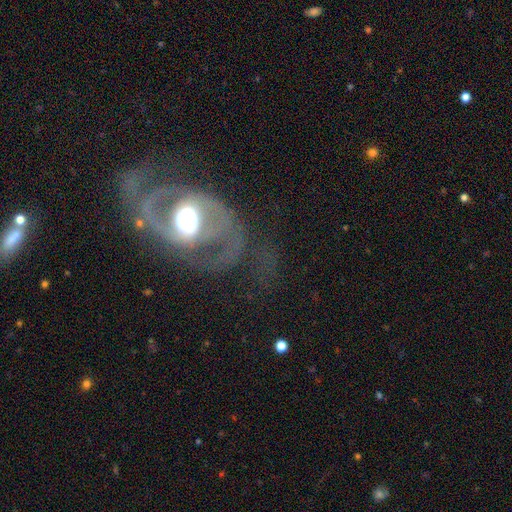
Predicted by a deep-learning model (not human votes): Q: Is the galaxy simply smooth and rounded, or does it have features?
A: featured or disk — 89%.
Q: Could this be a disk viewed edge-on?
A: no — 97%.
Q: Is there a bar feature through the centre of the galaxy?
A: no — 45%.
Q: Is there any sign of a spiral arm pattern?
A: yes — 94%.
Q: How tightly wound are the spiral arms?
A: medium — 52%.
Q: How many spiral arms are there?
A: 2 — 83%.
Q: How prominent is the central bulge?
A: moderate — 59%.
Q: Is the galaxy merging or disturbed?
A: none — 71%.